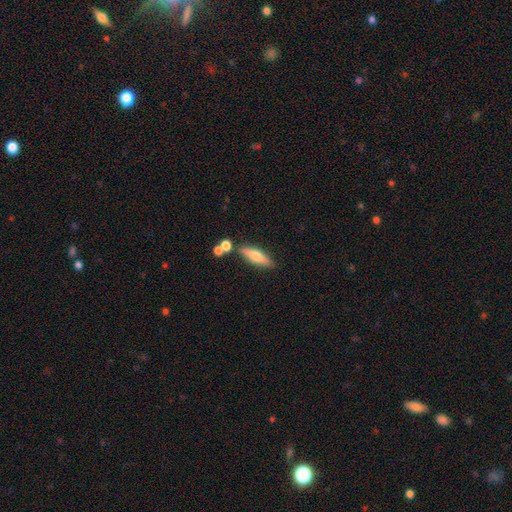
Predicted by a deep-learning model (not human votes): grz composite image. It shows a smooth galaxy with no disk features (56%) that is cigar-shaped (57%). Merging: none (76%).